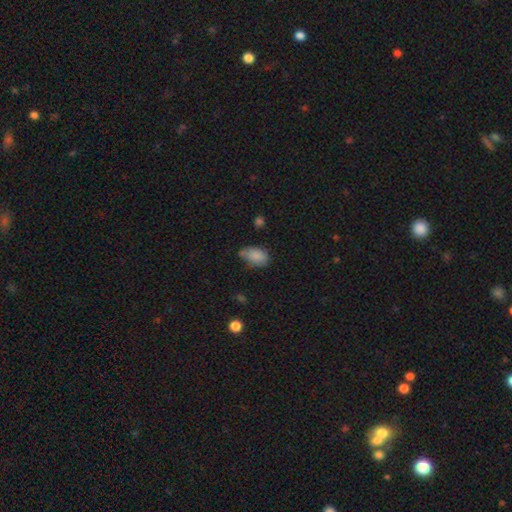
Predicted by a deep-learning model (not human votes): This appears to be a smooth galaxy with no disk features (83%) that is in between round and cigar-shaped (88%). Merging: none (55%).